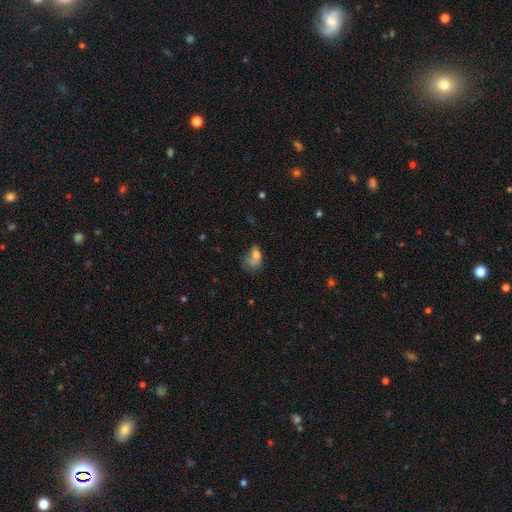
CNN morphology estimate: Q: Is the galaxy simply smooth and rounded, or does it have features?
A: smooth — 68%.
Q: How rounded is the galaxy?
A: in between — 77%.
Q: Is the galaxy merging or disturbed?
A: major disturbance — 32%.